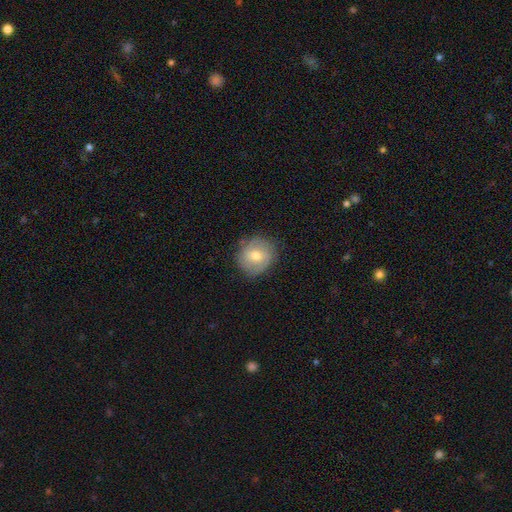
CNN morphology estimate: Overall: smooth (54%; featured or disk 38%). How rounded: round (82%). Merging: none (78%).